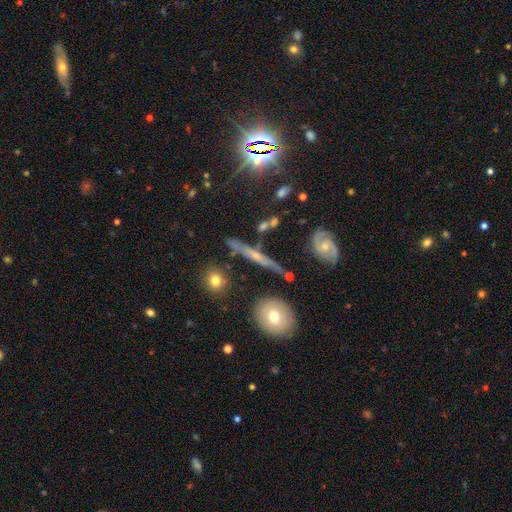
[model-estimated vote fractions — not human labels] Q: Smooth or featured?
A: featured or disk (57%); runner-up: smooth (26%)
Q: Edge-on disk?
A: yes (84%); runner-up: no (16%)
Q: Merging?
A: none (78%); runner-up: minor disturbance (13%)